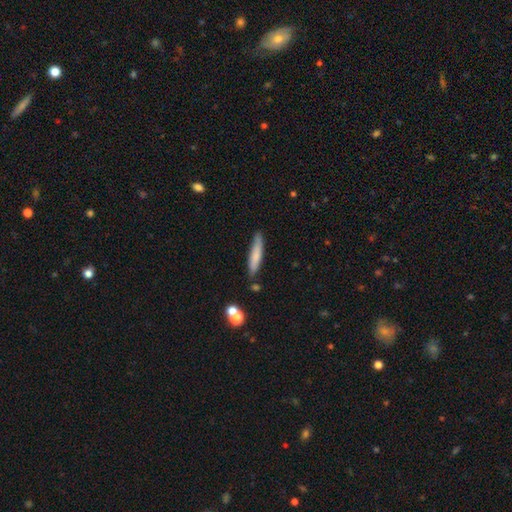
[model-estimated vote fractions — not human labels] Smooth or featured? Predicted: smooth (p=0.74). How rounded? Predicted: cigar-shaped (p=0.88). Merging? Predicted: none (p=0.80).